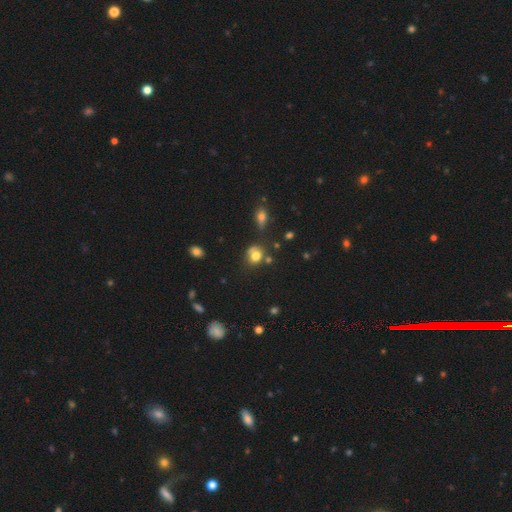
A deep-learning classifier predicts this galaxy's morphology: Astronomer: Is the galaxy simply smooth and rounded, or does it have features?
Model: smooth — 75%.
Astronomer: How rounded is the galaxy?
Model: round — 69%.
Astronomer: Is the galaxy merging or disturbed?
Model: none — 56%.